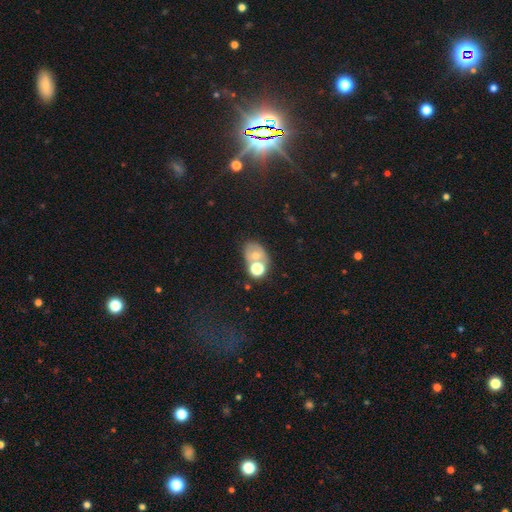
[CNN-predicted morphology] Overall: smooth (58%; featured or disk 24%). How rounded: in between (59%; round 40%). Merging: none (41%; merger 38%).